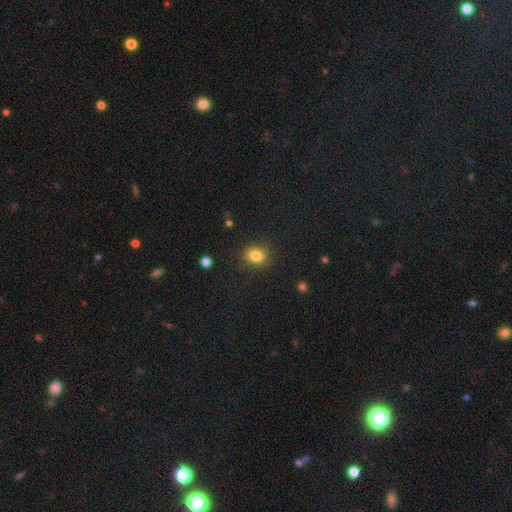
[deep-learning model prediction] A smooth galaxy with no disk features (82%) that is round (67%). Merging: none (87%).